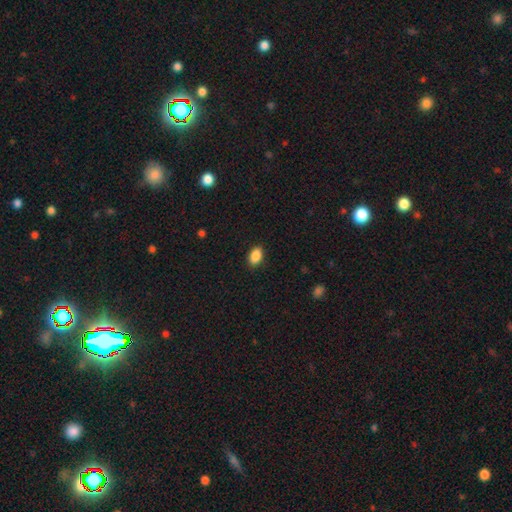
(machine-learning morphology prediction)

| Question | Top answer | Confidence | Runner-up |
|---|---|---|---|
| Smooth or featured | smooth | 89% | star or artifact (8%) |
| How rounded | in between | 91% | round (7%) |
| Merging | none | 89% | minor disturbance (8%) |